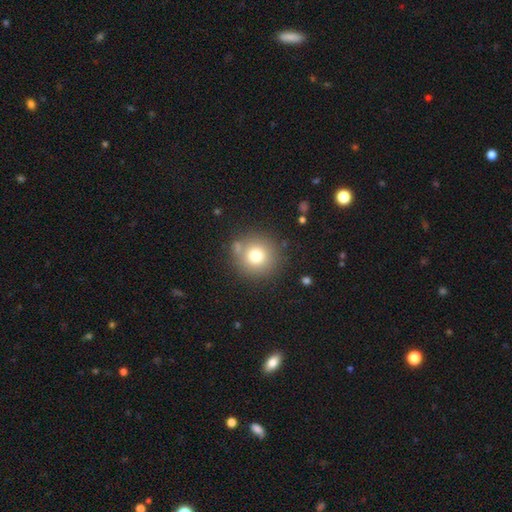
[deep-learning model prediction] Smooth or featured?
  - smooth: 76% *
  - star or artifact: 12%
  - featured or disk: 12%
How rounded?
  - round: 93% *
  - in between: 6%
  - cigar-shaped: 1%
Merging?
  - none: 77% *
  - minor disturbance: 11%
  - merger: 8%
  - major disturbance: 4%